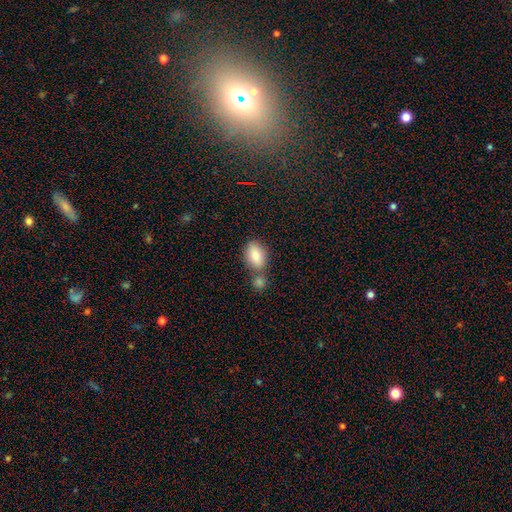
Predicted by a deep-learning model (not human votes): A smooth galaxy with no disk features (85%) that is in between round and cigar-shaped (88%).

Vote fractions:
- Smooth or featured? smooth: 85% / featured or disk: 7% / star or artifact: 7%
- How rounded? in between: 88% / round: 10% / cigar-shaped: 2%
- Merging? none: 52% / merger: 30% / minor disturbance: 13% / major disturbance: 4%